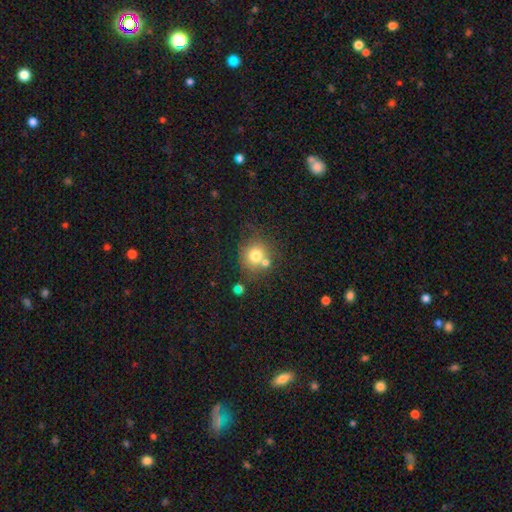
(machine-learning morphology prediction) A smooth galaxy with no disk features (74%) that is round (86%).

Vote fractions:
- Smooth or featured? smooth: 74% / featured or disk: 14% / star or artifact: 13%
- How rounded? round: 86% / in between: 13% / cigar-shaped: 1%
- Merging? none: 61% / merger: 20% / minor disturbance: 13% / major disturbance: 5%